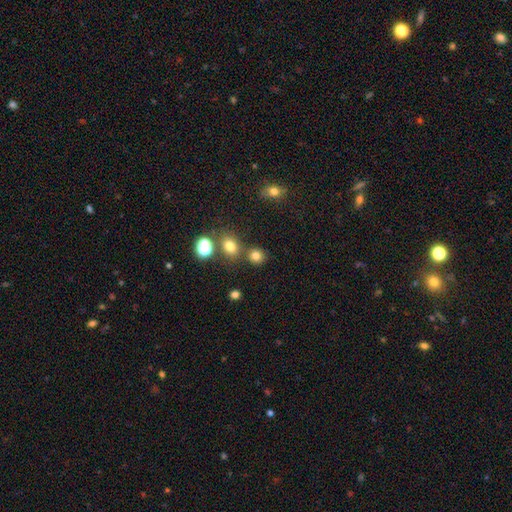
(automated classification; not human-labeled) Smooth or featured? Predicted: smooth (p=0.77). How rounded? Predicted: round (p=0.82). Merging? Predicted: none (p=0.75).